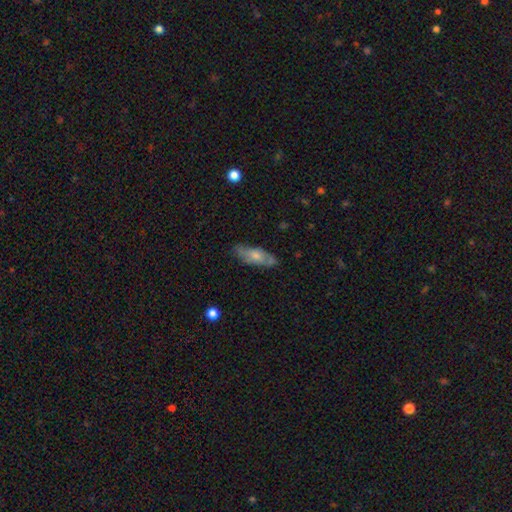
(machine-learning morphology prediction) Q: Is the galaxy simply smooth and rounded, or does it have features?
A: smooth — 55%.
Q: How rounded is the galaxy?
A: in between — 71%.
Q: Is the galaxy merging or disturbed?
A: none — 71%.